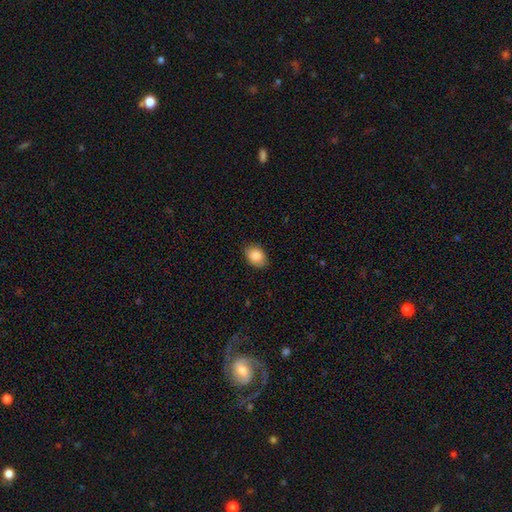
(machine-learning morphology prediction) smooth_or_featured: smooth (p=0.87) [alt: star or artifact p=0.07]
how_rounded: in between (p=0.77) [alt: round p=0.22]
merging: none (p=0.85) [alt: minor disturbance p=0.11]